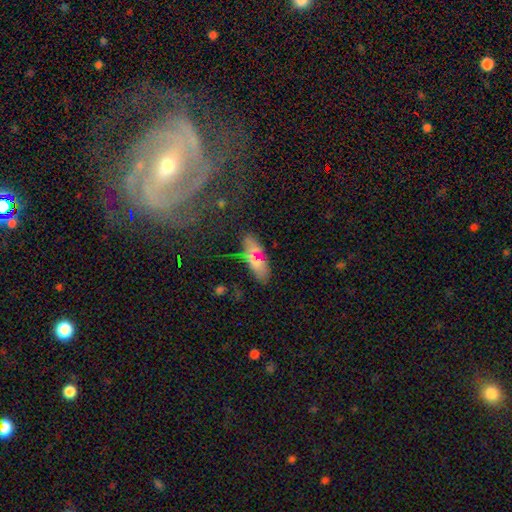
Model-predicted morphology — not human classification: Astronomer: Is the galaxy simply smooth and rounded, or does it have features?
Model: smooth — 61%.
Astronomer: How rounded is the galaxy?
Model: in between — 59% (runner-up: cigar-shaped, 37%).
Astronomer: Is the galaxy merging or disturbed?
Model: none — 63%.